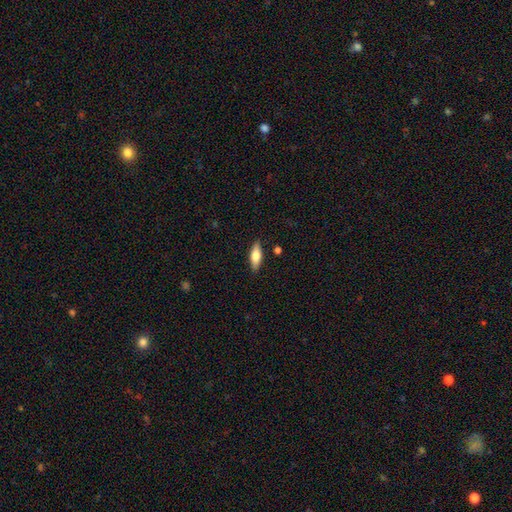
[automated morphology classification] A smooth galaxy with no disk features (70%) that is in between round and cigar-shaped (62%).

Vote fractions:
- Smooth or featured? smooth: 70% / featured or disk: 24% / star or artifact: 6%
- How rounded? in between: 62% / cigar-shaped: 35% / round: 2%
- Merging? none: 87% / minor disturbance: 10% / major disturbance: 2% / merger: 2%